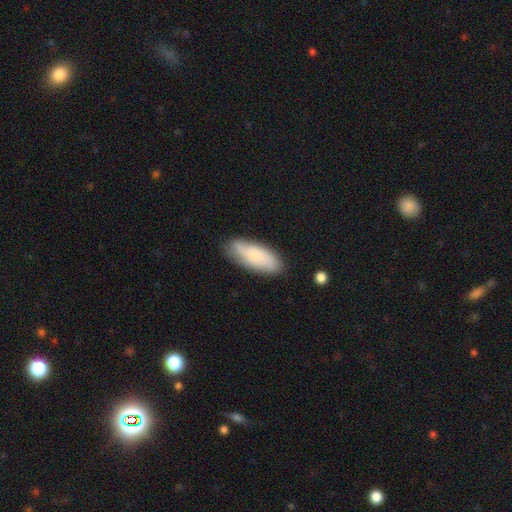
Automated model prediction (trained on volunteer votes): Overall: smooth (62%; featured or disk 32%). How rounded: in between (77%). Merging: none (76%).